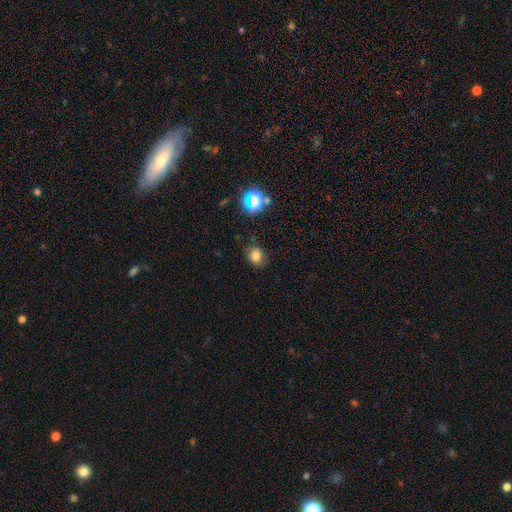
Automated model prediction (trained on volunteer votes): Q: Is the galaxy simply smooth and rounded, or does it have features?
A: smooth — 76%.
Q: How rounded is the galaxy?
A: round — 54%.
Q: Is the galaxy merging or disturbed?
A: none — 76%.